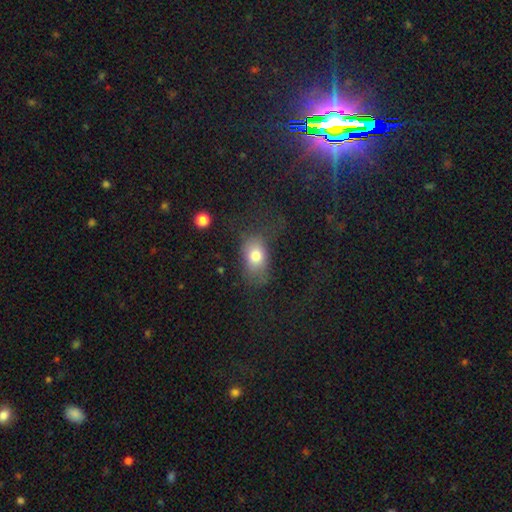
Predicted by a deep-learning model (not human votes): smooth 75%, featured or disk 14%, star or artifact 10%. Down the decision tree: how rounded — in between (78%); merging — none (50%).